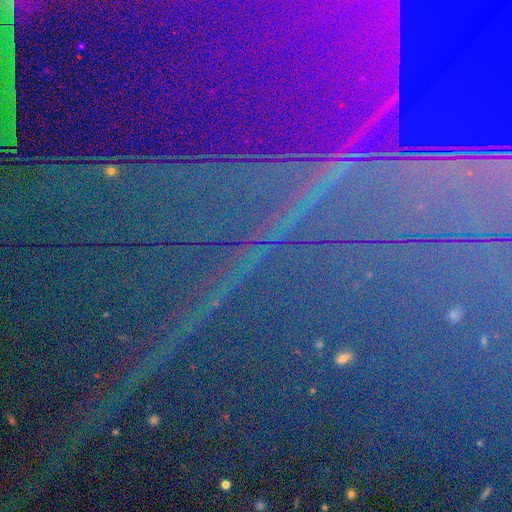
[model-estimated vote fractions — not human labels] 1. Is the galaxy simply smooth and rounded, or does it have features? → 89% star or artifact, 6% featured or disk, 5% smooth.